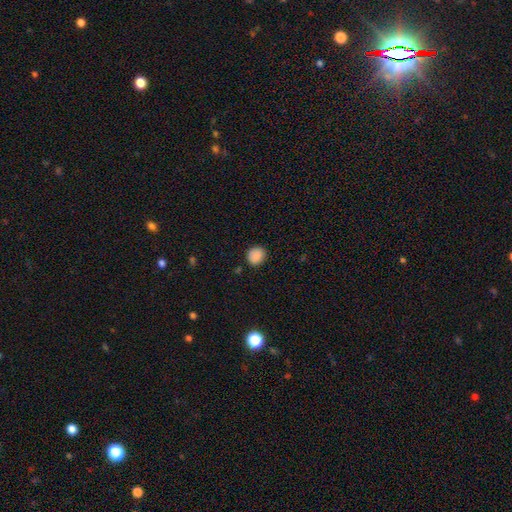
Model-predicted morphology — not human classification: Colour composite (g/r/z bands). It shows a smooth galaxy with no disk features (87%) that is round (79%). Merging: none (86%).